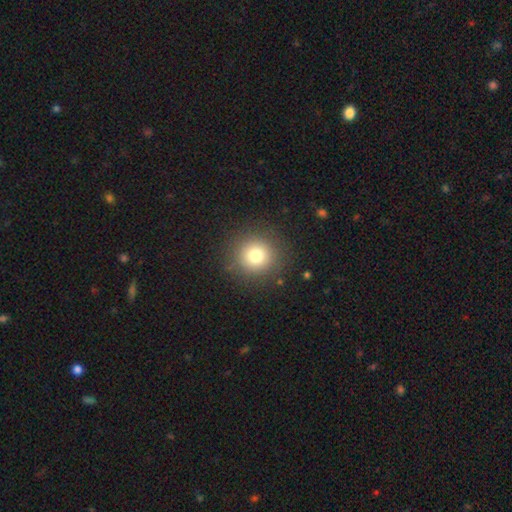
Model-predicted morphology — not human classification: Smooth or featured: smooth — 79% (star or artifact — 13%)
How rounded: round — 94% (in between — 5%)
Merging: none — 89% (minor disturbance — 7%)